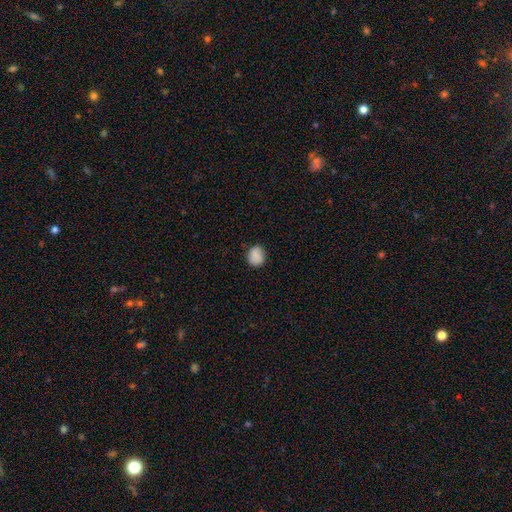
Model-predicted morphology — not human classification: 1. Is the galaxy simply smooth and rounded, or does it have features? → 87% smooth, 8% star or artifact, 5% featured or disk.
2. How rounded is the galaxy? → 65% round, 34% in between, 1% cigar-shaped.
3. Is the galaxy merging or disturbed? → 83% none, 13% minor disturbance, 3% major disturbance, 1% merger.